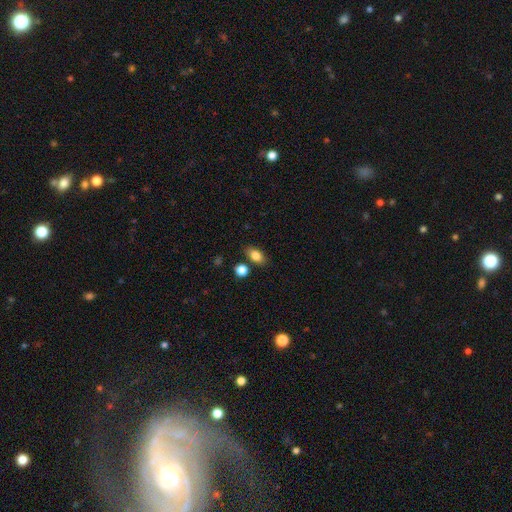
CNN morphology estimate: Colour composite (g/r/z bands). It shows a smooth galaxy with no disk features (82%) that is in between round and cigar-shaped (82%). Merging: none (80%).